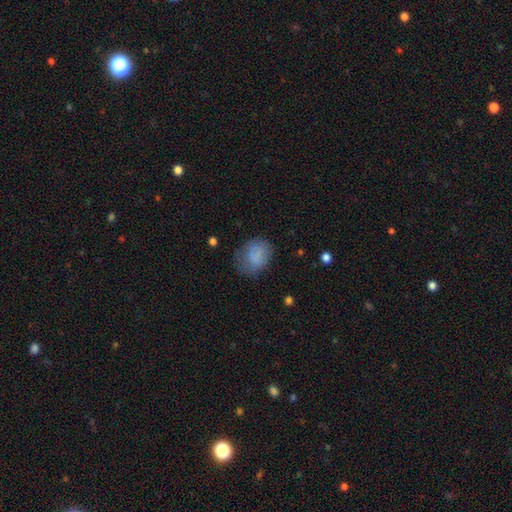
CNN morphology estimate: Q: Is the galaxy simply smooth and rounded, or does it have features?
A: smooth — 80%.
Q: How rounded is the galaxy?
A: in between — 53%.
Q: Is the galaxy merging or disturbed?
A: none — 55%.